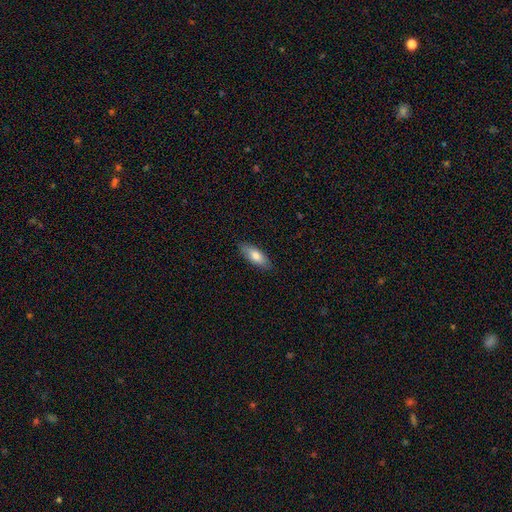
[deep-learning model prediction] Smooth or featured? smooth (77%)
How rounded? in between (76%)
Merging? none (87%)